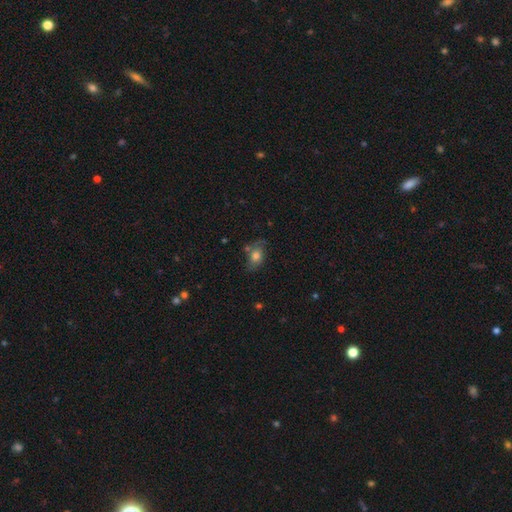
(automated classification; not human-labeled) This is likely a smooth galaxy (69%). How rounded: likely in between (74%). Merging: possibly none (58%).